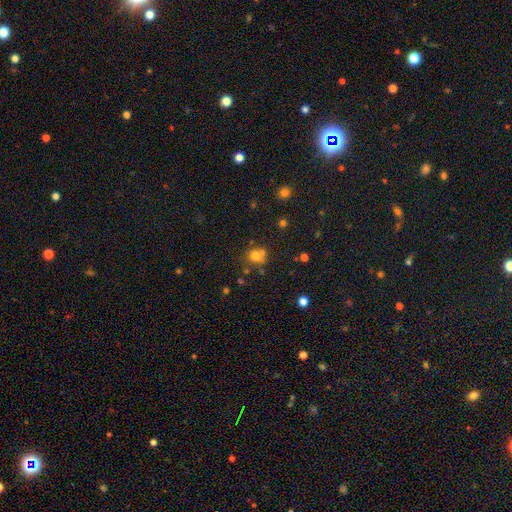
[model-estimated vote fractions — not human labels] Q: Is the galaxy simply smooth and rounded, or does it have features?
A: smooth — 65%.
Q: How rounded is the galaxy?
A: round — 71%.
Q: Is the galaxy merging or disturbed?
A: none — 47%.